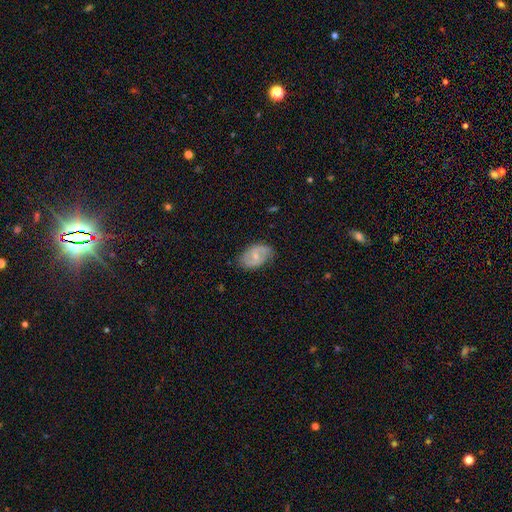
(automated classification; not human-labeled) Q: Smooth or featured?
A: featured or disk (60%); runner-up: smooth (34%)
Q: Edge-on disk?
A: no (96%); runner-up: yes (4%)
Q: Bar?
A: weak (48%); runner-up: no (39%)
Q: Spiral arms?
A: yes (80%); runner-up: no (20%)
Q: Bulge size?
A: small (55%); runner-up: moderate (39%)
Q: Merging?
A: none (76%); runner-up: minor disturbance (18%)